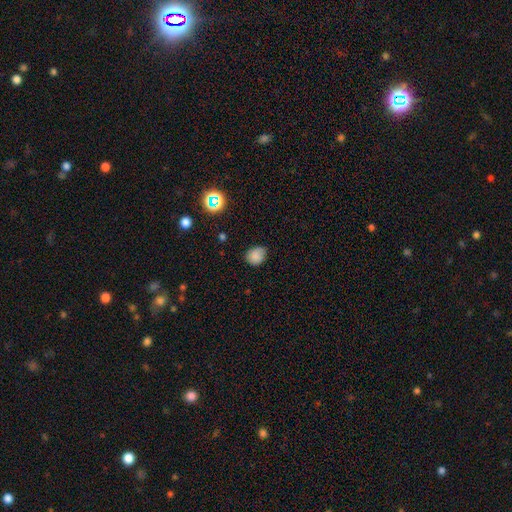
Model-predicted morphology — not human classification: Q: Smooth or featured?
A: smooth (83%); runner-up: star or artifact (12%)
Q: How rounded?
A: round (60%); runner-up: in between (39%)
Q: Merging?
A: none (69%); runner-up: minor disturbance (25%)